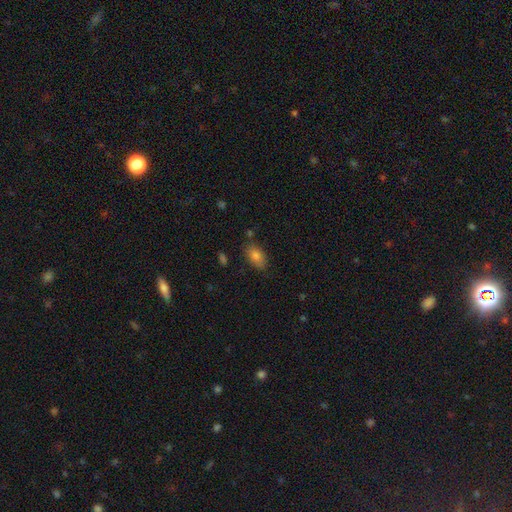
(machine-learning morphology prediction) This appears to be a smooth galaxy with no disk features (81%) that is in between round and cigar-shaped (90%). Merging: none (77%).